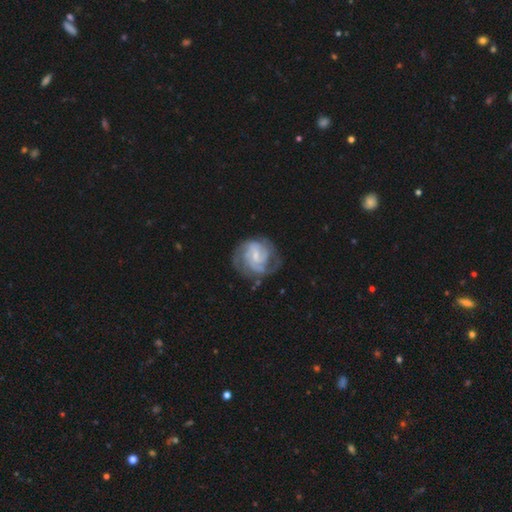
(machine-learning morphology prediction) Overall: featured or disk (85%). Edge-on disk: no (98%). Bar: weak (55%; no 30%). Spiral arms: yes (96%). Spiral arm count: 2 (31%; 3 26%). Spiral winding: tight (55%; medium 37%). Bulge size: small (57%; moderate 27%). Merging: none (65%).